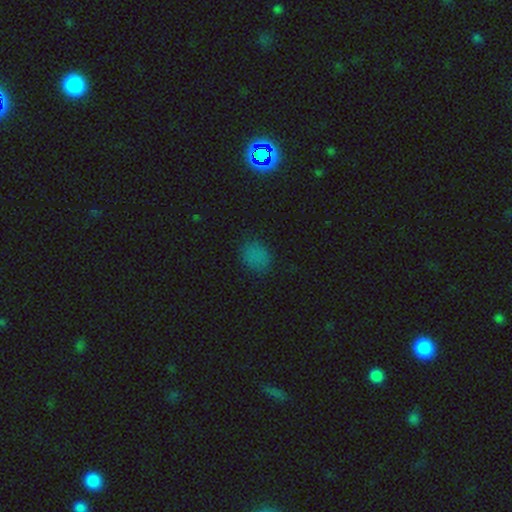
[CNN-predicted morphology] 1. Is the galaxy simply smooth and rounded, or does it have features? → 73% smooth, 21% star or artifact, 6% featured or disk.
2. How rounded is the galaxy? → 51% round, 48% in between, 2% cigar-shaped.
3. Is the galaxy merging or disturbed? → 76% none, 17% minor disturbance, 5% major disturbance, 2% merger.